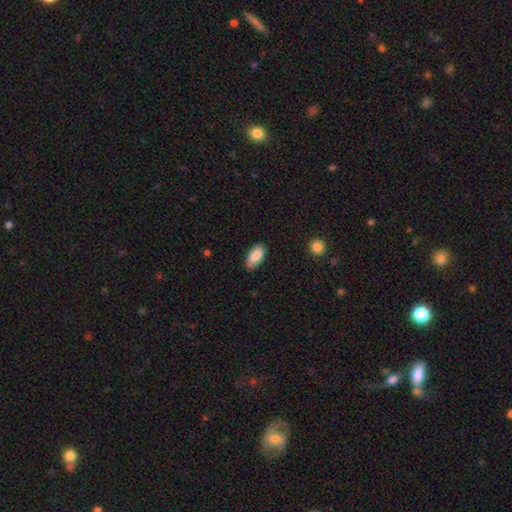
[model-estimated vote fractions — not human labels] A smooth galaxy with no disk features (86%) that is in between round and cigar-shaped (91%). Merging: none (79%).